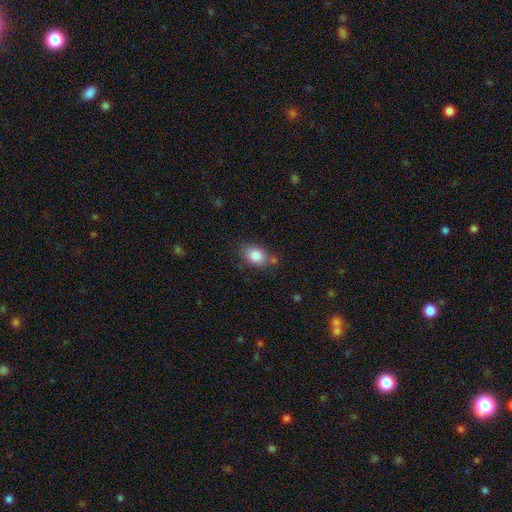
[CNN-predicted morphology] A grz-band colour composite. It shows a smooth galaxy with no disk features (83%) that is in between round and cigar-shaped (71%). Merging: none (70%).